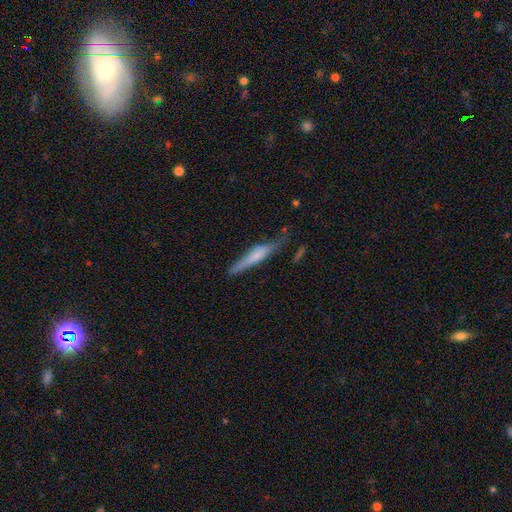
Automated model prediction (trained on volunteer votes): Smooth or featured?
  - smooth: 57% *
  - featured or disk: 37%
  - star or artifact: 6%
How rounded?
  - cigar-shaped: 91% *
  - in between: 7%
  - round: 1%
Merging?
  - none: 63% *
  - minor disturbance: 26%
  - major disturbance: 8%
  - merger: 3%